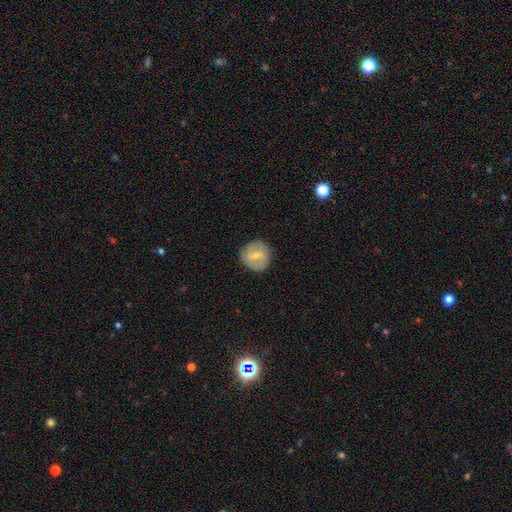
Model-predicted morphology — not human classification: type=featured or disk (50%); edge-on=no (96%); merging=none (83%).